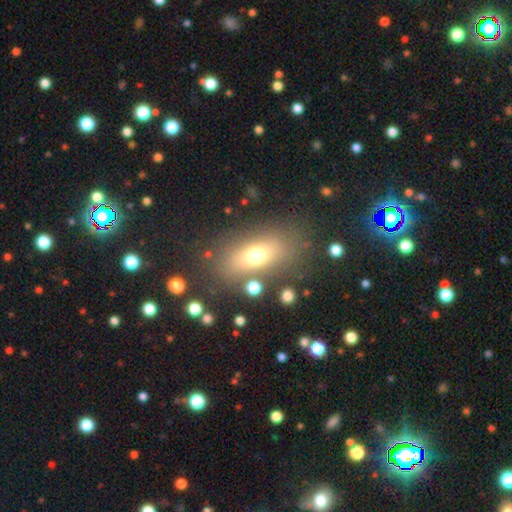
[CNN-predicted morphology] Overall: smooth (67%). How rounded: in between (76%). Merging: none (76%).